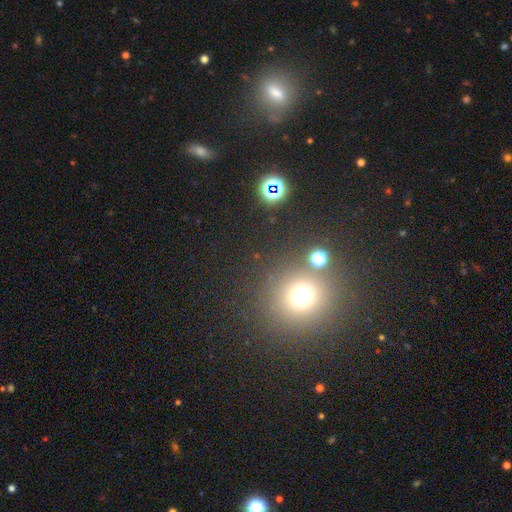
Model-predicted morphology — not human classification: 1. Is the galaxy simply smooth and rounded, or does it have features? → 52% smooth, 40% star or artifact, 8% featured or disk.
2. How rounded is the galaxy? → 89% round, 9% in between, 1% cigar-shaped.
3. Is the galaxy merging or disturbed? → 82% none, 7% minor disturbance, 7% merger, 4% major disturbance.